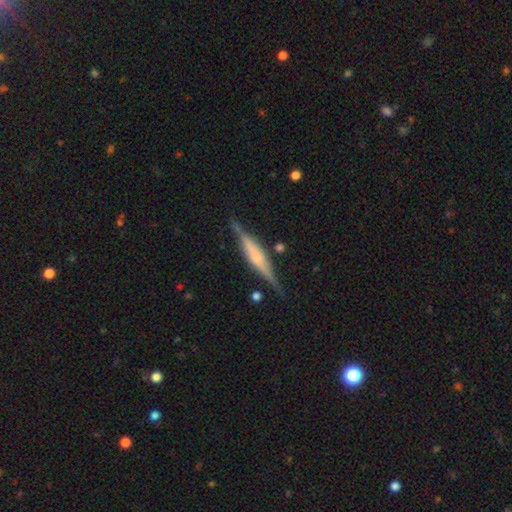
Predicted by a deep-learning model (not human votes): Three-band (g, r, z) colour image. It shows a featured or disk galaxy (74%) viewed edge-on (97%) with a rounded central bulge (51%). Merging: none (83%).